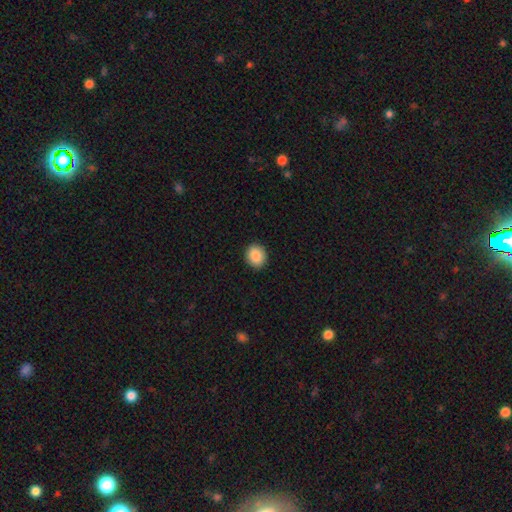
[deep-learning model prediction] This appears to be a smooth galaxy with no disk features (88%) that is round (69%). Merging: none (91%).